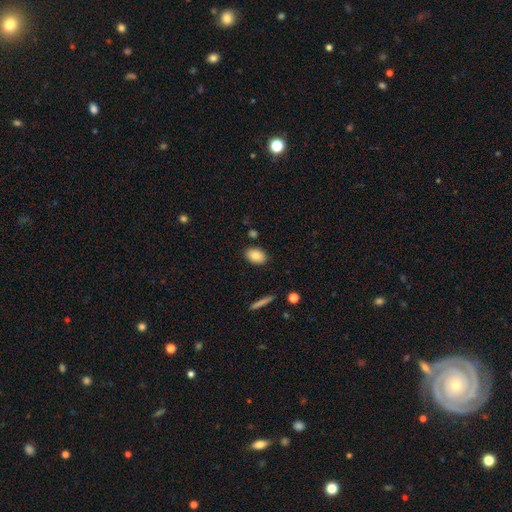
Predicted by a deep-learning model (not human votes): Morphology: type=smooth (85%); roundness=in between (85%); merging=none (87%).